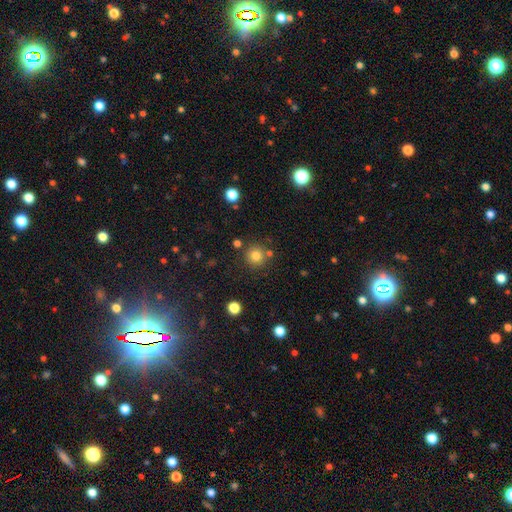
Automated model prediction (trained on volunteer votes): This appears to be a smooth galaxy with no disk features (81%) that is round (94%). Merging: none (81%).